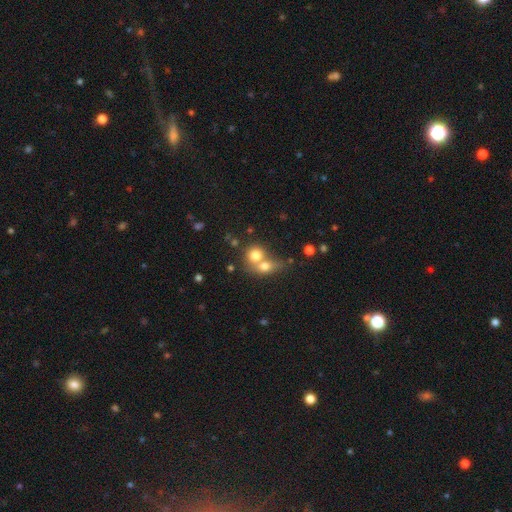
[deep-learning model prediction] Smooth or featured: smooth — 75% (featured or disk — 15%)
How rounded: round — 72% (in between — 26%)
Merging: merger — 64% (none — 27%)